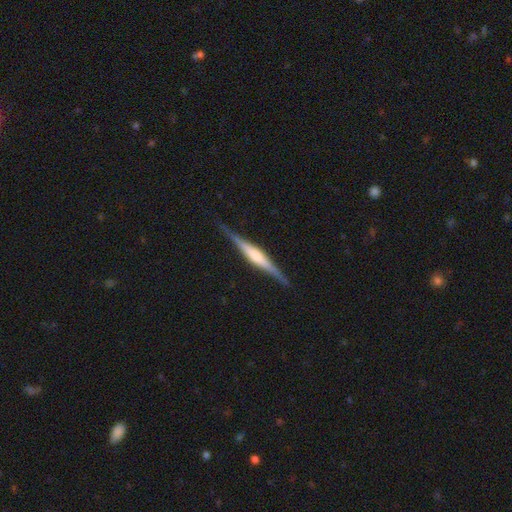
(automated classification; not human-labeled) A featured or disk galaxy (75%) viewed edge-on (98%) with a rounded central bulge (61%).

Vote fractions:
- Smooth or featured? featured or disk: 75% / smooth: 20% / star or artifact: 5%
- Edge-on disk? yes: 98% / no: 2%
- Edge-on bulge? rounded: 61% / boxy: 26% / none: 13%
- Merging? none: 87% / minor disturbance: 10% / major disturbance: 2% / merger: 1%